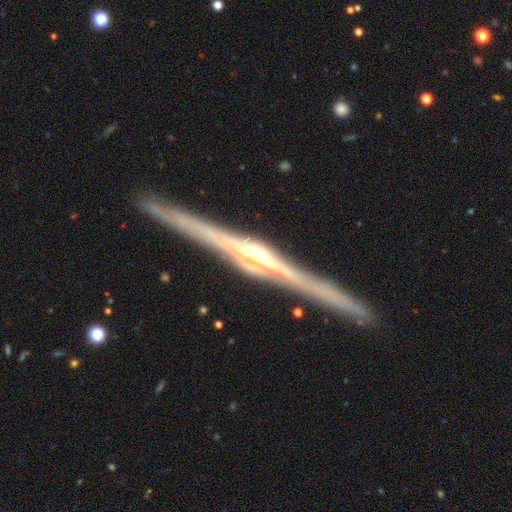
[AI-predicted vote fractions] A featured or disk galaxy (87%) viewed edge-on (97%) with a rounded central bulge (74%). Merging: none (86%).